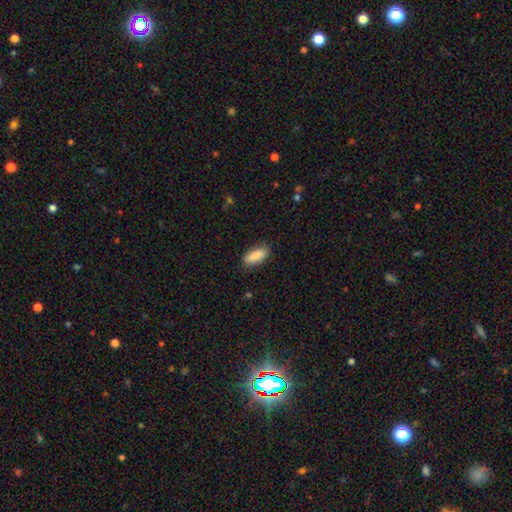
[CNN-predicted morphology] Smooth or featured? Predicted: smooth (p=0.84). How rounded? Predicted: in between (p=0.80). Merging? Predicted: none (p=0.85).